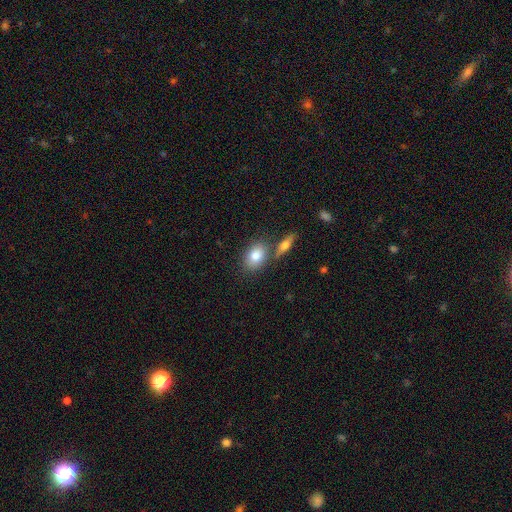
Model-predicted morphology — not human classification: smooth-or-featured: smooth: 81% | featured or disk: 12% | star or artifact: 7%
  how-rounded: in between: 77% | round: 21% | cigar-shaped: 2%
  merging: none: 64% | merger: 21% | minor disturbance: 12% | major disturbance: 3%